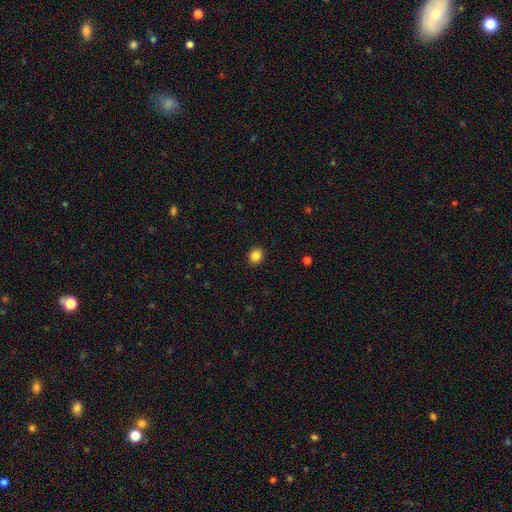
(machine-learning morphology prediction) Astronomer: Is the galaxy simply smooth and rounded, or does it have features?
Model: smooth — 85%.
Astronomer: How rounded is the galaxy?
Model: round — 77%.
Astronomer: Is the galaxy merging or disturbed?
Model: none — 92%.